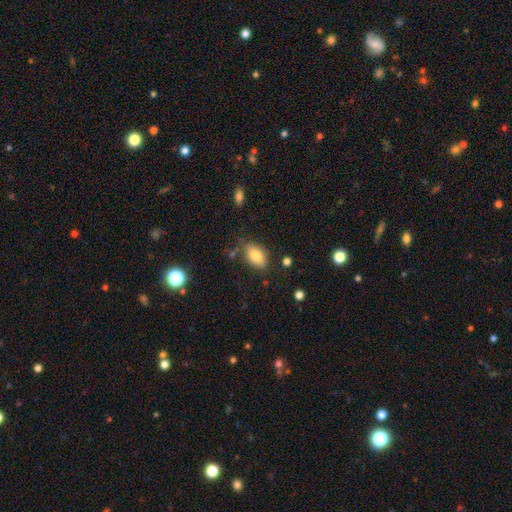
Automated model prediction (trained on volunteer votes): Smooth or featured? Predicted: smooth (p=0.81). How rounded? Predicted: in between (p=0.90). Merging? Predicted: none (p=0.75).